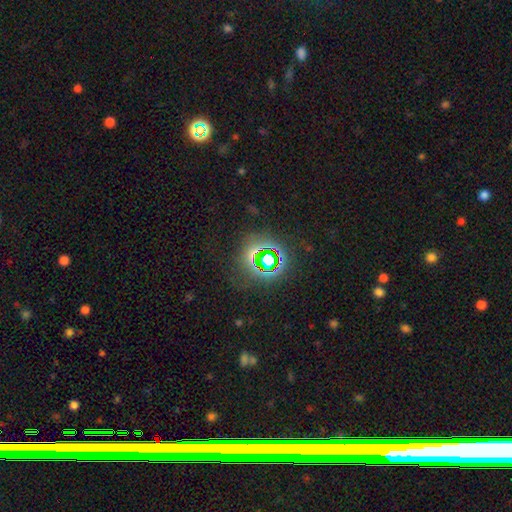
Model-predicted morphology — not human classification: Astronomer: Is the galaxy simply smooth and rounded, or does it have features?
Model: star or artifact — 71%.